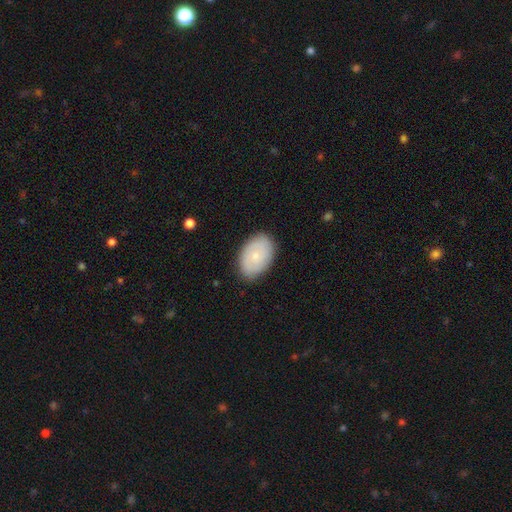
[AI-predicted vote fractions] This is likely a smooth galaxy (70%). How rounded: clearly in between (87%). Merging: clearly none (84%).